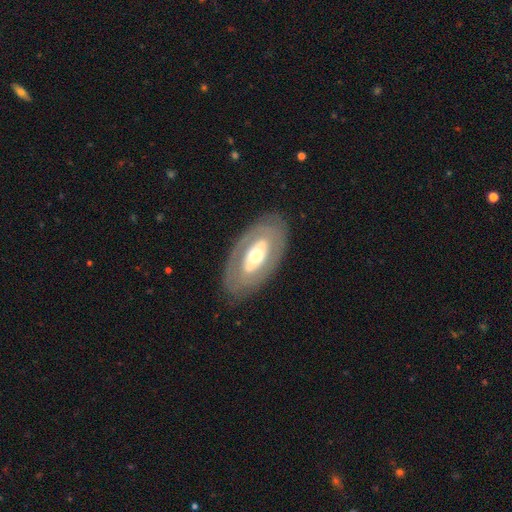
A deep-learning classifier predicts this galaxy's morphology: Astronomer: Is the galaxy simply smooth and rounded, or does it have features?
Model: featured or disk — 64%.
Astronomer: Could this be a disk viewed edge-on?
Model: no — 88%.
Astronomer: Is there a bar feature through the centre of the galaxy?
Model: no — 70%.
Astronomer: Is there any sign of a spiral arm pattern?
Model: no — 78%.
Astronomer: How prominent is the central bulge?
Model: moderate — 64%.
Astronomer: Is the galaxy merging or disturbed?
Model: none — 81%.